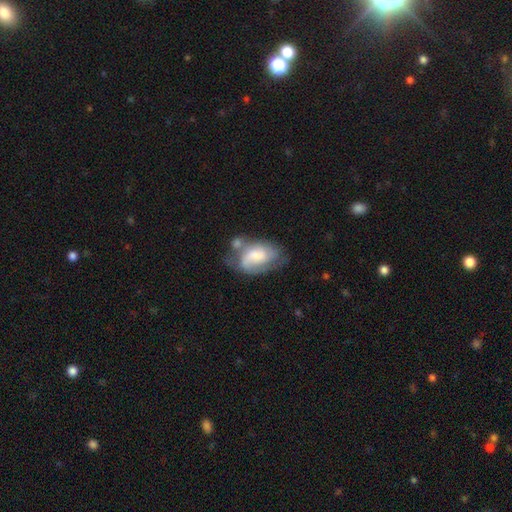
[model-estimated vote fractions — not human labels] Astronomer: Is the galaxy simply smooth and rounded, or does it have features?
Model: featured or disk — 48% (runner-up: smooth, 45%).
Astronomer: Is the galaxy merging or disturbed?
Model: none — 31% (runner-up: minor disturbance, 27%).